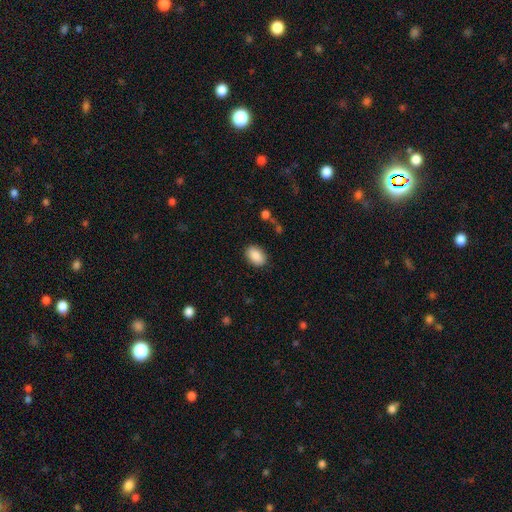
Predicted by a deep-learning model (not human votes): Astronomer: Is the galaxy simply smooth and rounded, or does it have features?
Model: smooth — 88%.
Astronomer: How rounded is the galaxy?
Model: in between — 89%.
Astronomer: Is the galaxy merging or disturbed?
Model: none — 86%.